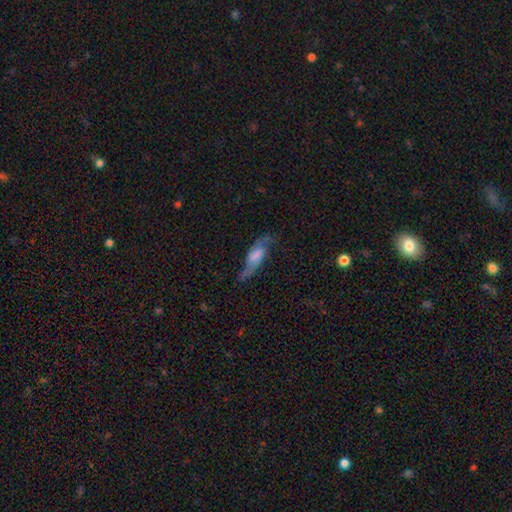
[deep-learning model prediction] smooth-or-featured: featured or disk: 70% | smooth: 23% | star or artifact: 7%
  disk-edge-on: no: 83% | yes: 17%
    bar: weak: 45% | no: 35% | strong: 20%
    has-spiral-arms: yes: 91% | no: 9%
      spiral-winding: loose: 62% | medium: 30% | tight: 8%
      spiral-arm-count: 2: 88% | can't tell: 5% | 1: 3% | 3: 1% | 4: 1% | more than 4: 1%
    bulge-size: none: 31% | moderate: 27% | small: 23% | large: 17% | dominant: 3%
  merging: none: 63% | minor disturbance: 21% | major disturbance: 13% | merger: 2%